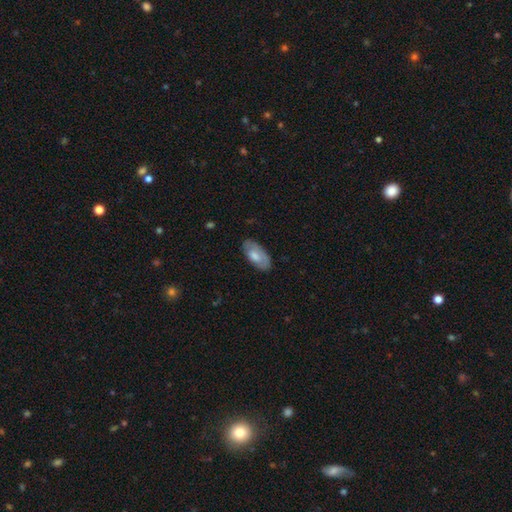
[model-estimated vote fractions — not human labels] Overall: smooth (66%; featured or disk 28%). How rounded: in between (93%). Merging: none (76%).